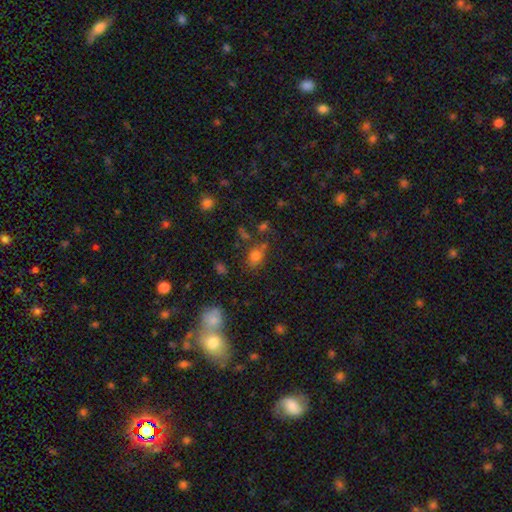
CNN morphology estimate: smooth_or_featured: smooth (p=0.73) [alt: star or artifact p=0.18]
how_rounded: in between (p=0.59) [alt: round p=0.39]
merging: none (p=0.62) [alt: minor disturbance p=0.17]